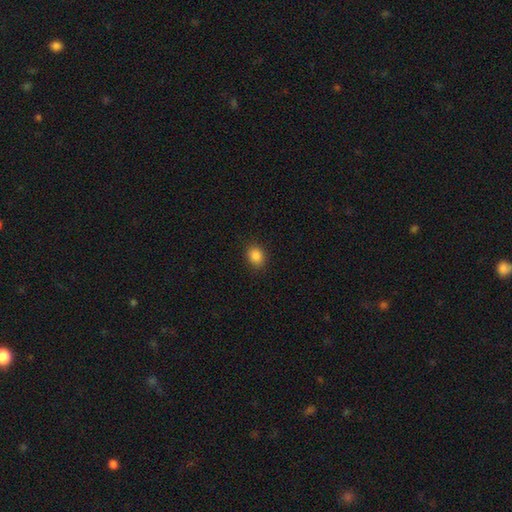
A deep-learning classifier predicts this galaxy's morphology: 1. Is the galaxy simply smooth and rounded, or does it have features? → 86% smooth, 11% star or artifact, 3% featured or disk.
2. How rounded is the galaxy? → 60% round, 39% in between, 1% cigar-shaped.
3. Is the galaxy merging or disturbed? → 88% none, 8% minor disturbance, 2% major disturbance, 1% merger.